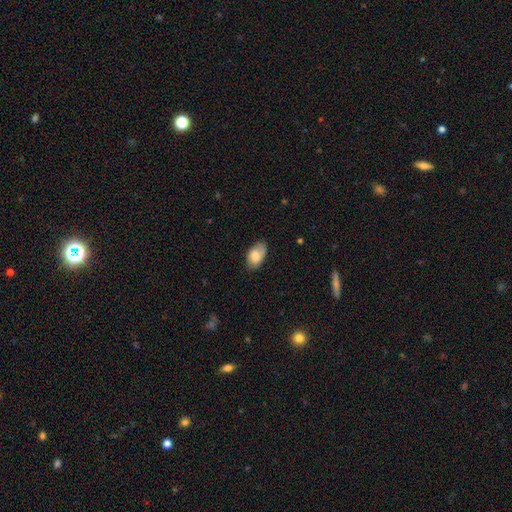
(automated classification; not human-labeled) Smooth or featured?
  - smooth: 80% *
  - featured or disk: 13%
  - star or artifact: 7%
How rounded?
  - in between: 93% *
  - round: 6%
  - cigar-shaped: 1%
Merging?
  - none: 69% *
  - minor disturbance: 24%
  - major disturbance: 5%
  - merger: 1%